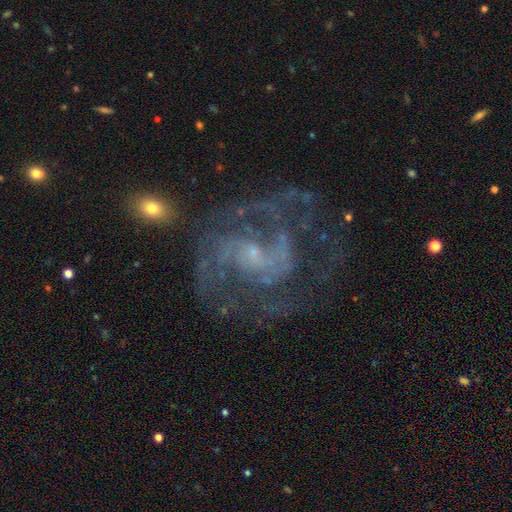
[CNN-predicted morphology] This is clearly a featured or disk galaxy (87%). It is clearly not viewed edge-on (98%). Bar: possibly no (52%). Spiral arm pattern: clearly yes (94%). Spiral arm count: possibly 2 (51%). Spiral winding: possibly medium (52%). Central bulge: likely small (76%). Merging: possibly none (58%).